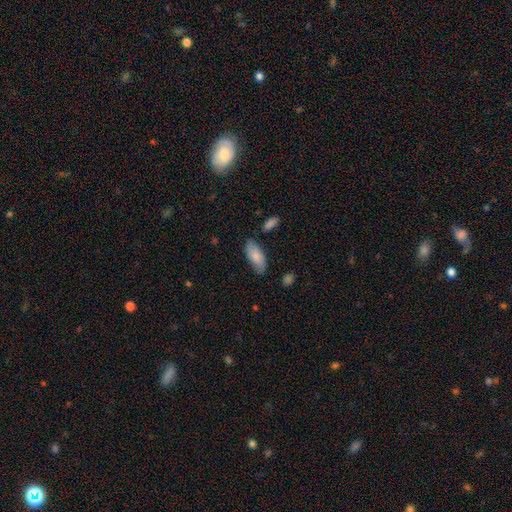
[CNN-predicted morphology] smooth_or_featured: smooth (p=0.78) [alt: featured or disk p=0.16]
how_rounded: in between (p=0.85) [alt: cigar-shaped p=0.13]
merging: none (p=0.77) [alt: minor disturbance p=0.17]